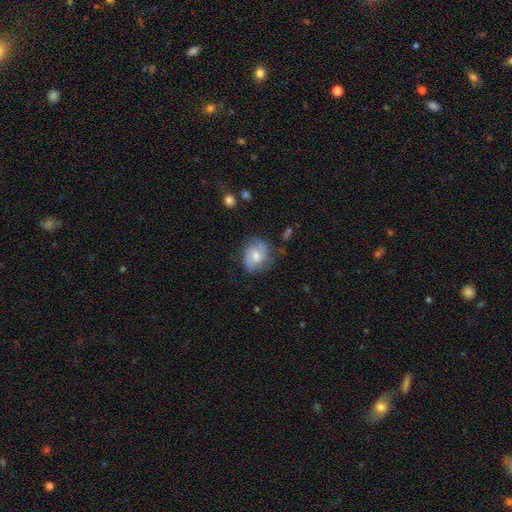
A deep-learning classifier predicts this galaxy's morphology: featured or disk 48%, smooth 44%, star or artifact 7%. Down the decision tree: merging — none (65%).